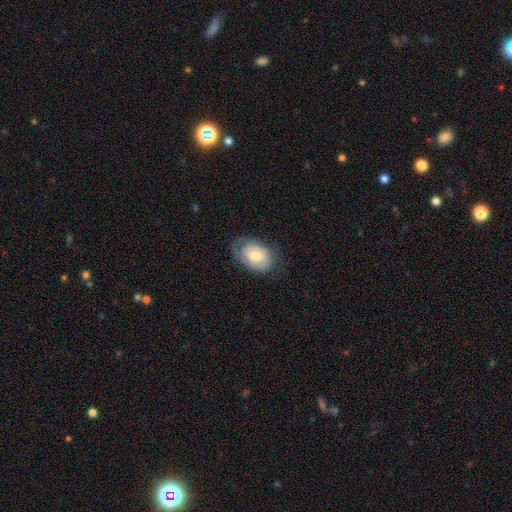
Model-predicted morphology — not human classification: smooth_or_featured: smooth (p=0.59) [alt: featured or disk p=0.34]
how_rounded: in between (p=0.80) [alt: round p=0.19]
merging: none (p=0.57) [alt: minor disturbance p=0.27]